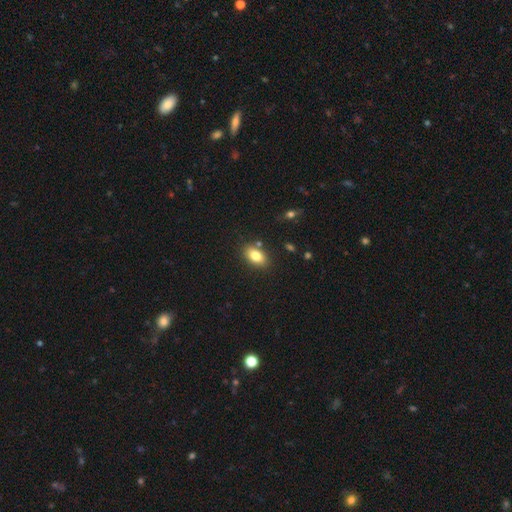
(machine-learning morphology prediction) type=smooth (82%); roundness=in between (88%); merging=none (83%).